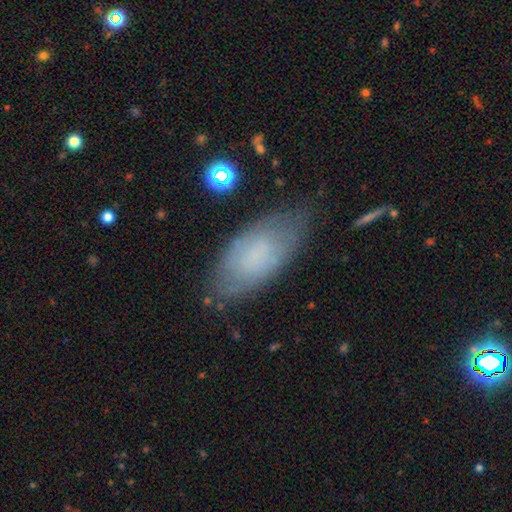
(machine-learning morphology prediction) smooth_or_featured: smooth (p=0.61) [alt: featured or disk p=0.31]
how_rounded: in between (p=0.88) [alt: cigar-shaped p=0.09]
merging: none (p=0.70) [alt: minor disturbance p=0.21]